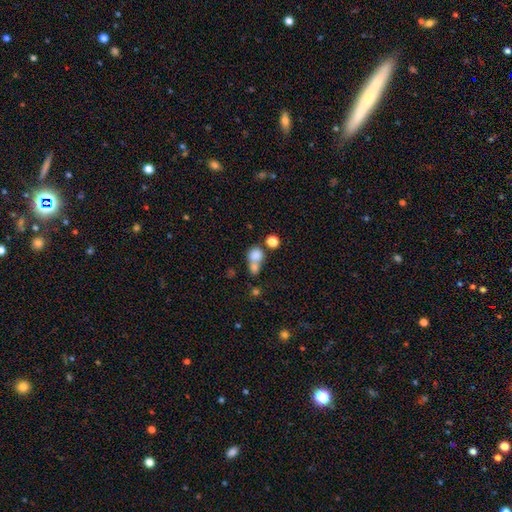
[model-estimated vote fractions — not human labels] A smooth galaxy with no disk features (78%) that is round (72%).

Vote fractions:
- Smooth or featured? smooth: 78% / star or artifact: 11% / featured or disk: 11%
- How rounded? round: 72% / in between: 26% / cigar-shaped: 2%
- Merging? merger: 55% / none: 32% / minor disturbance: 7% / major disturbance: 5%